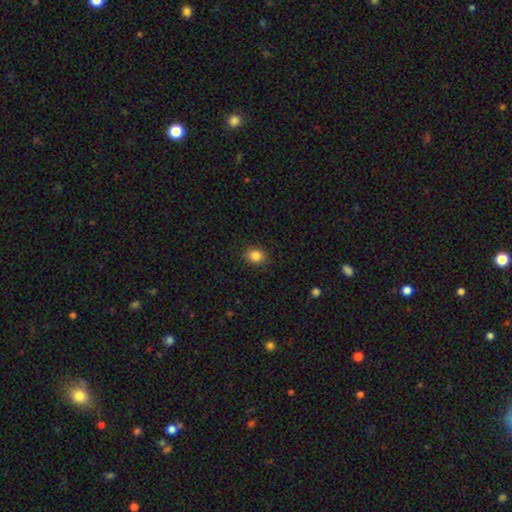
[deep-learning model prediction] Q: Smooth or featured?
A: smooth (85%); runner-up: star or artifact (10%)
Q: How rounded?
A: round (64%); runner-up: in between (35%)
Q: Merging?
A: none (89%); runner-up: minor disturbance (8%)